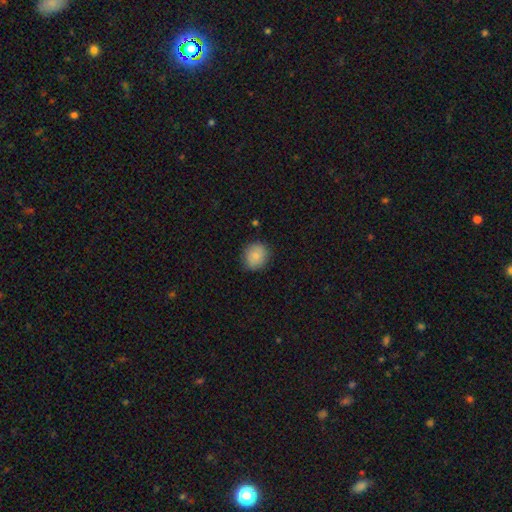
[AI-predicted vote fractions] A smooth galaxy with no disk features (85%) that is round (82%).

Vote fractions:
- Smooth or featured? smooth: 85% / star or artifact: 8% / featured or disk: 7%
- How rounded? round: 82% / in between: 17% / cigar-shaped: 1%
- Merging? none: 85% / minor disturbance: 12% / major disturbance: 3% / merger: 1%